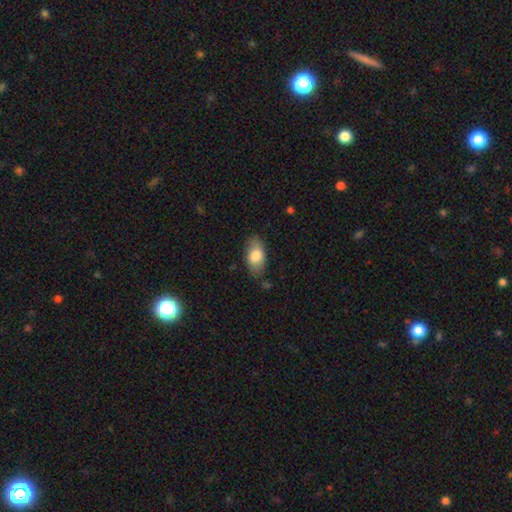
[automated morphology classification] Smooth or featured: smooth — 79% (featured or disk — 15%)
How rounded: in between — 92% (round — 5%)
Merging: none — 78% (minor disturbance — 16%)